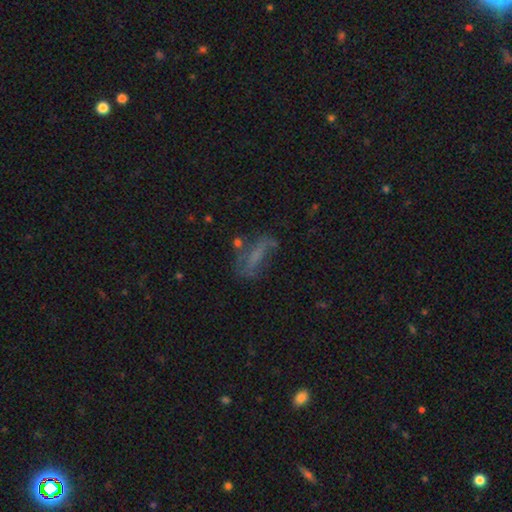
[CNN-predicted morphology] type=smooth (41%, tied with featured or disk); merging=none (45%).